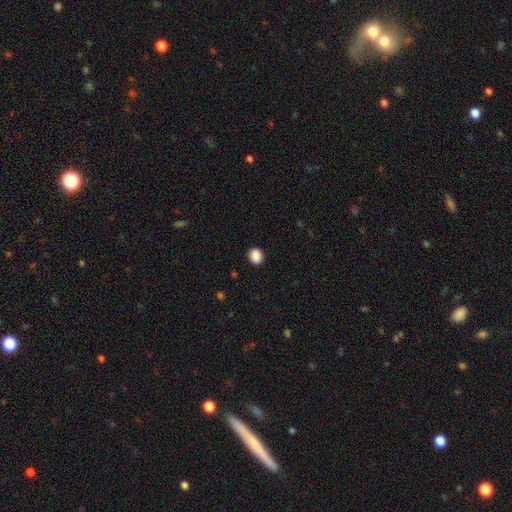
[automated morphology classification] This appears to be a smooth galaxy with no disk features (89%) that is round (64%). Merging: none (90%).